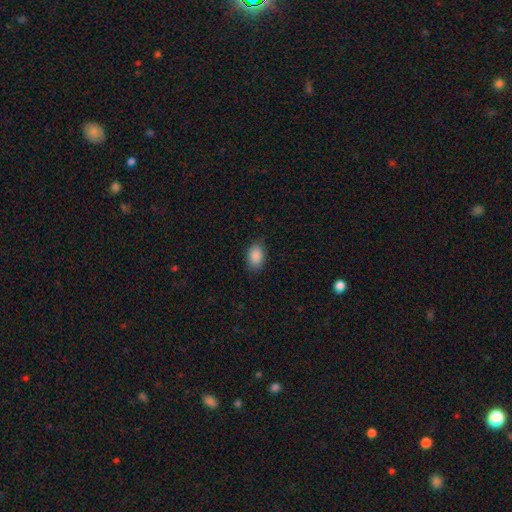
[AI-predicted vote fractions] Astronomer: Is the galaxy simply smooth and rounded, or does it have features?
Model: smooth — 89%.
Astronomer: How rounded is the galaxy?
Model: in between — 85%.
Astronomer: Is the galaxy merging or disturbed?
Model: none — 83%.